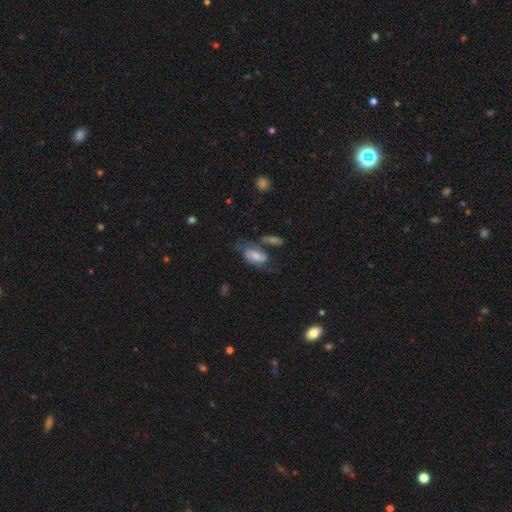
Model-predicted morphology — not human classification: This appears to be a featured or disk galaxy (57%) with no bar (42%), spiral arms (83%) and a moderate central bulge (41%). Merging: none (41%).